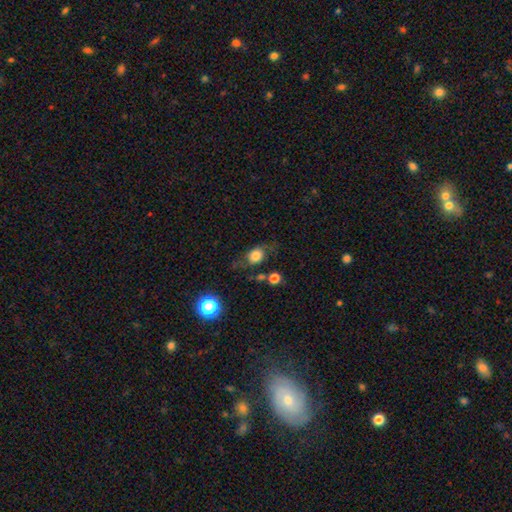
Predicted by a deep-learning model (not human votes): Smooth or featured?
  - smooth: 71% *
  - featured or disk: 18%
  - star or artifact: 11%
How rounded?
  - in between: 54% *
  - round: 43%
  - cigar-shaped: 3%
Merging?
  - none: 61% *
  - minor disturbance: 22%
  - major disturbance: 13%
  - merger: 5%